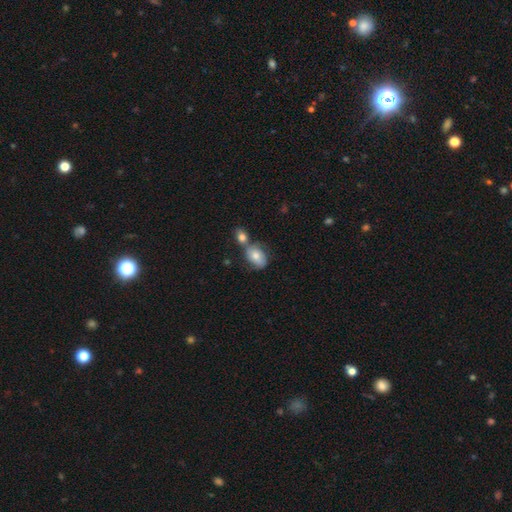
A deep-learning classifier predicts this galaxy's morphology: Smooth or featured? Predicted: smooth (p=0.64). How rounded? Predicted: in between (p=0.77). Merging? Predicted: merger (p=0.42).